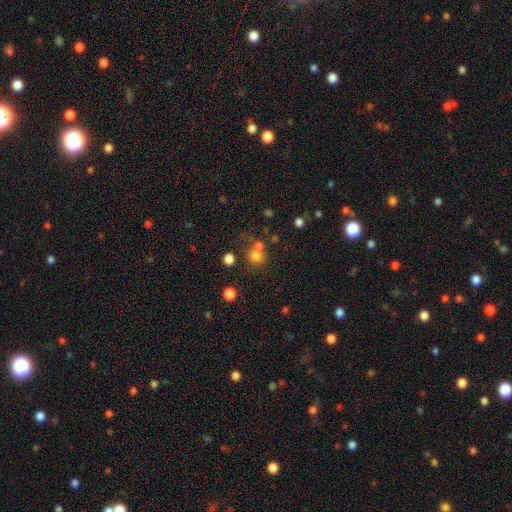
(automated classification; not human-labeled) smooth-or-featured: smooth: 73% | star or artifact: 16% | featured or disk: 11%
  how-rounded: round: 79% | in between: 20% | cigar-shaped: 1%
  merging: none: 49% | merger: 35% | minor disturbance: 10% | major disturbance: 6%